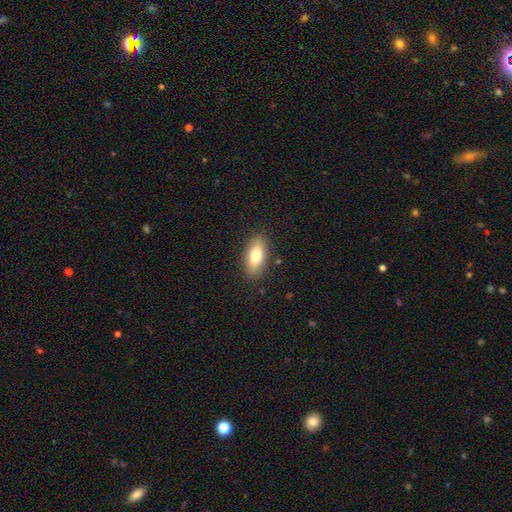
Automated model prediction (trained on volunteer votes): Smooth or featured? smooth (78%)
How rounded? in between (83%)
Merging? none (87%)